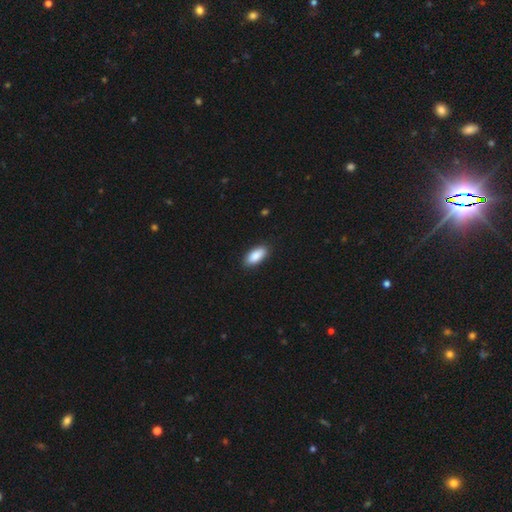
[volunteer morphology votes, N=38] smooth 92%, featured or disk 5%, star or artifact 3%. Down the decision tree: how rounded — in between (97%); merging — none (92%).